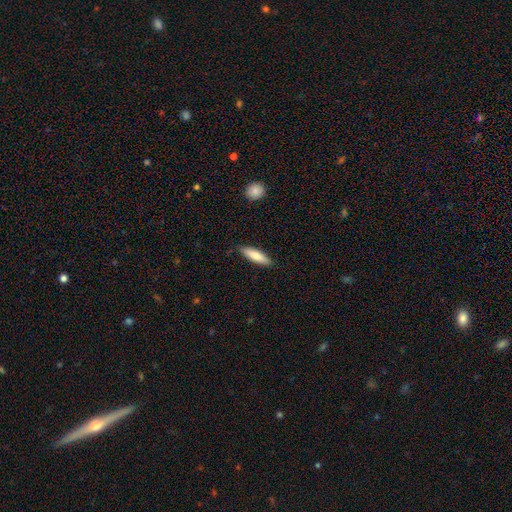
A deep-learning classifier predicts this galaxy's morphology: The model was most divided on "how rounded": cigar-shaped: 68%, in between: 30%, round: 1%. More confident: merging — none (86%); smooth or featured — smooth (79%).